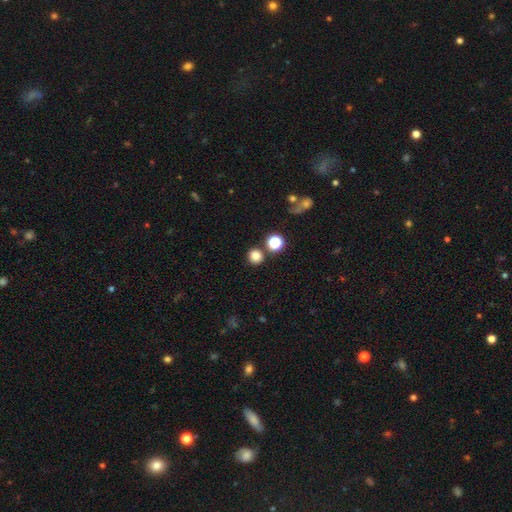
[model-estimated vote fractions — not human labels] This is likely a smooth galaxy (79%). How rounded: clearly round (92%). Merging: clearly none (83%).